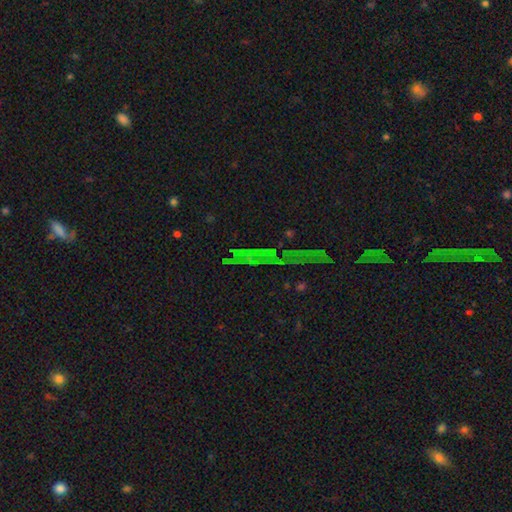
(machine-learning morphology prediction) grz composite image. It shows a star or artifact, not a galaxy (73%).